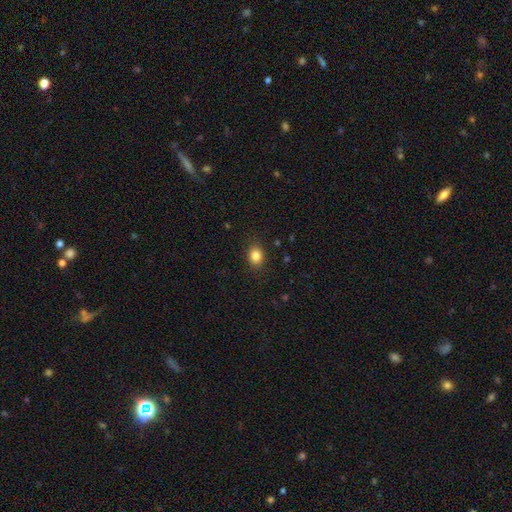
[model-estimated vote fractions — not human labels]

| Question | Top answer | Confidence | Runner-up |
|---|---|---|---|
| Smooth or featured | smooth | 85% | star or artifact (10%) |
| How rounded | in between | 53% | round (46%) |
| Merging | none | 88% | minor disturbance (8%) |